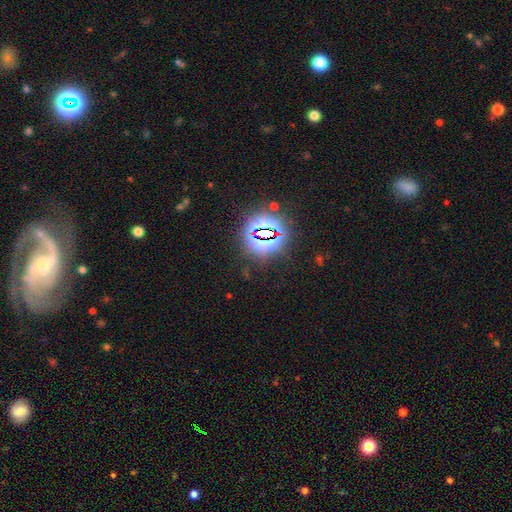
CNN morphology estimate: This is likely a star or artifact rather than a galaxy (76%).